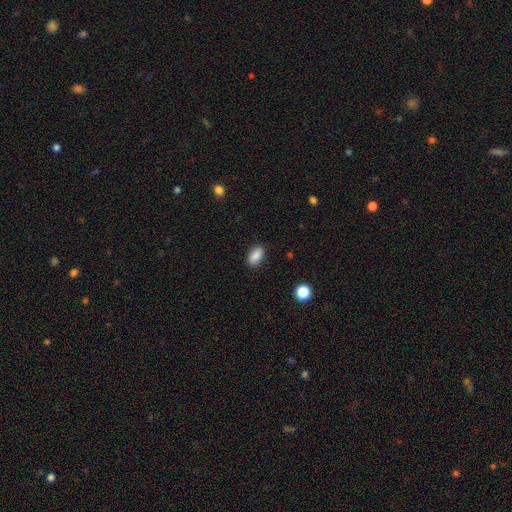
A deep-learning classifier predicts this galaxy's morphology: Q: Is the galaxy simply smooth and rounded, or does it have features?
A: smooth — 88%.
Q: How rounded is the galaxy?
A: in between — 91%.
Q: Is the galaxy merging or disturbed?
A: none — 88%.